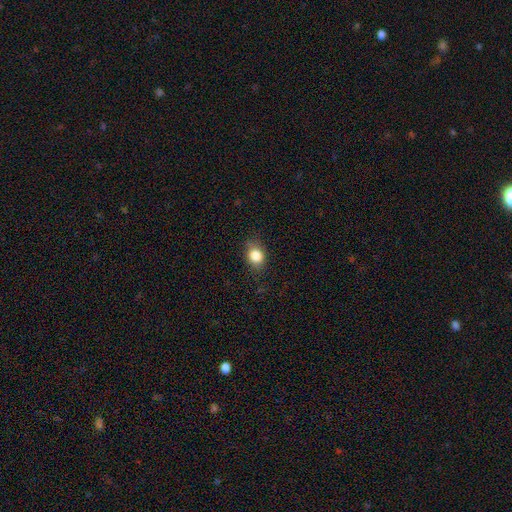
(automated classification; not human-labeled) A smooth galaxy with no disk features (83%) that is round (52%).

Vote fractions:
- Smooth or featured? smooth: 83% / star or artifact: 10% / featured or disk: 7%
- How rounded? round: 52% / in between: 47% / cigar-shaped: 1%
- Merging? none: 77% / minor disturbance: 18% / major disturbance: 4% / merger: 1%